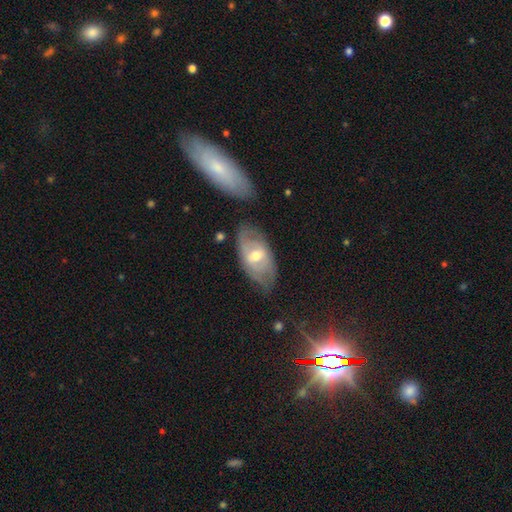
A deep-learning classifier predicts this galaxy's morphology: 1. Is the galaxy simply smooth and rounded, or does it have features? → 61% featured or disk, 33% smooth, 6% star or artifact.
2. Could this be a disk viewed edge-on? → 89% no, 11% yes.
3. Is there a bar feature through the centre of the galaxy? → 49% weak, 36% no, 15% strong.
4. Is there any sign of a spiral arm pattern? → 62% yes, 38% no.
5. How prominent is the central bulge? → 66% moderate, 28% small, 4% large, 1% none, 1% dominant.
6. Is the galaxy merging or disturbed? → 69% none, 21% minor disturbance, 6% major disturbance, 4% merger.